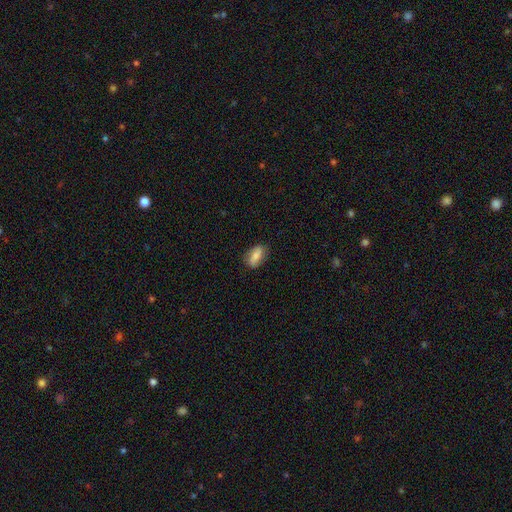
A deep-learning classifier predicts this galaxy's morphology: The model was most divided on "smooth or featured": smooth: 72%, featured or disk: 20%, star or artifact: 7%. More confident: how rounded — in between (87%); merging — none (79%).